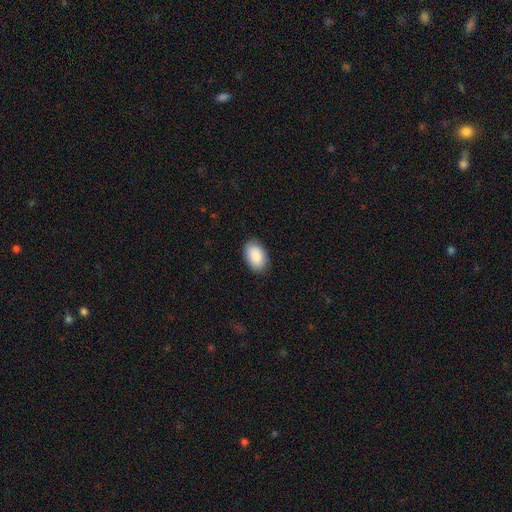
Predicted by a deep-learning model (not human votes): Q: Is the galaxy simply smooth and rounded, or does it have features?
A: smooth — 88%.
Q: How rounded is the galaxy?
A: in between — 92%.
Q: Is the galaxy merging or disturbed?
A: none — 87%.